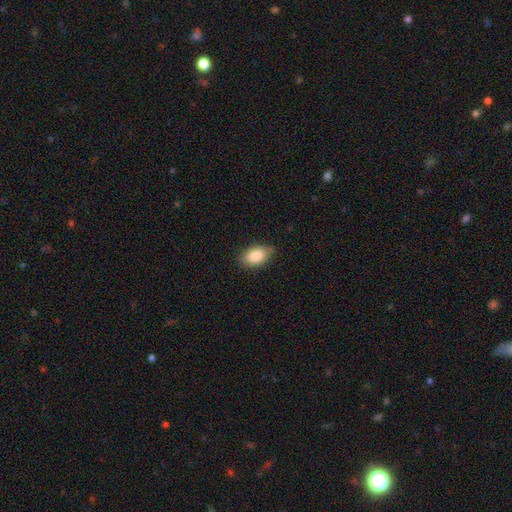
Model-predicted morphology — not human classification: The model was most divided on "merging": none: 81%, minor disturbance: 15%, major disturbance: 3%, merger: 1%. More confident: how rounded — in between (91%); smooth or featured — smooth (87%).